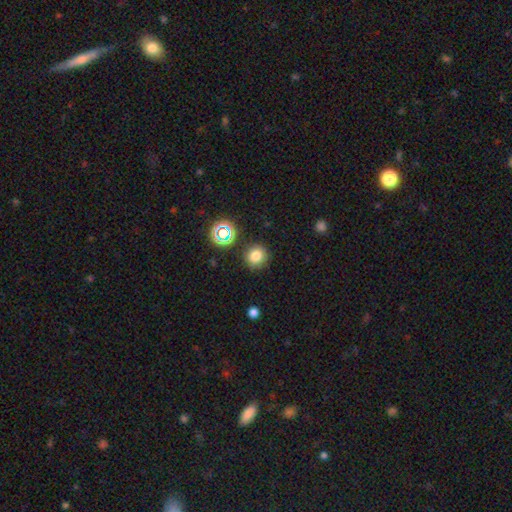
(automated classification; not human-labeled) Q: Smooth or featured?
A: smooth (77%); runner-up: star or artifact (17%)
Q: How rounded?
A: round (90%); runner-up: in between (9%)
Q: Merging?
A: none (87%); runner-up: minor disturbance (8%)